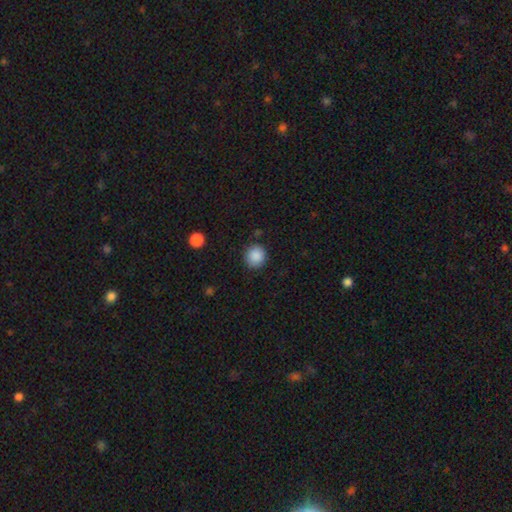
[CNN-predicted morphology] Q: Smooth or featured?
A: smooth (88%); runner-up: star or artifact (9%)
Q: How rounded?
A: round (89%); runner-up: in between (10%)
Q: Merging?
A: none (87%); runner-up: minor disturbance (9%)